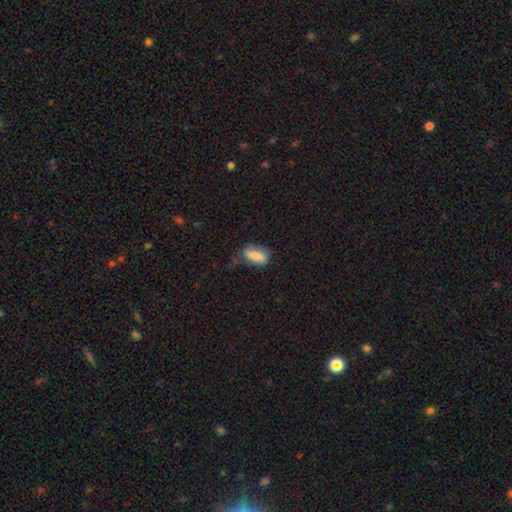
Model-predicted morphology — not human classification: A smooth galaxy with no disk features (74%) that is in between round and cigar-shaped (86%). Merging: none (47%).